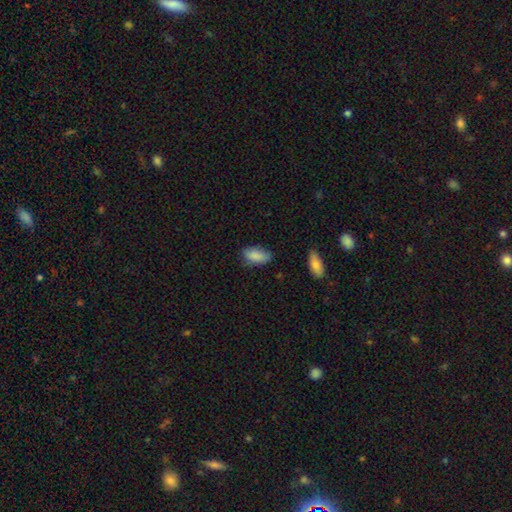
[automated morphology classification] smooth-or-featured: smooth: 86% | featured or disk: 7% | star or artifact: 7%
  how-rounded: in between: 91% | cigar-shaped: 7% | round: 3%
  merging: none: 69% | minor disturbance: 24% | major disturbance: 4% | merger: 2%